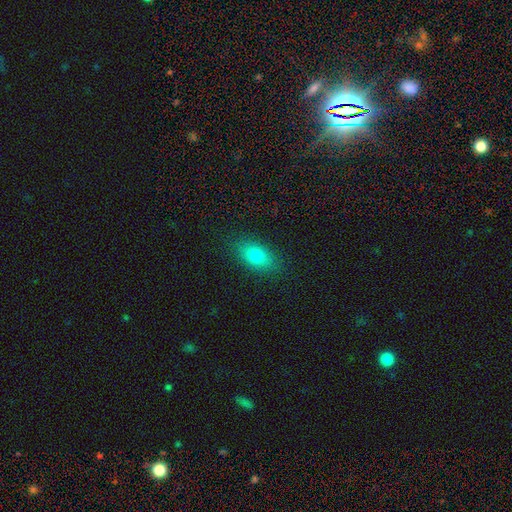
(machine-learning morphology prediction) Smooth or featured: smooth — 77% (featured or disk — 12%)
How rounded: in between — 85% (round — 10%)
Merging: none — 86% (minor disturbance — 10%)